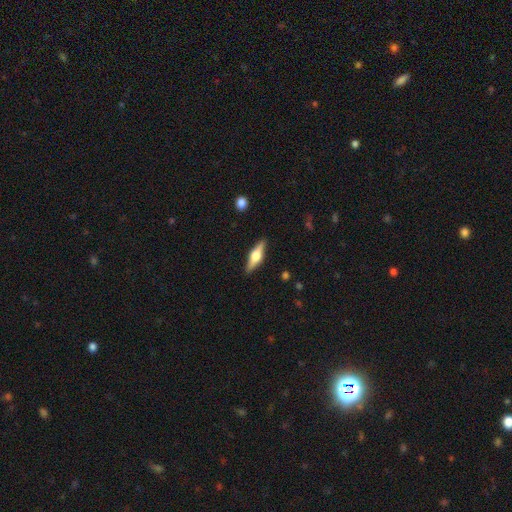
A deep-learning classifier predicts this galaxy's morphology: This is likely a featured or disk galaxy (62%). It is clearly viewed edge-on (96%). Edge-on bulge: clearly rounded (93%). Merging: clearly none (89%).